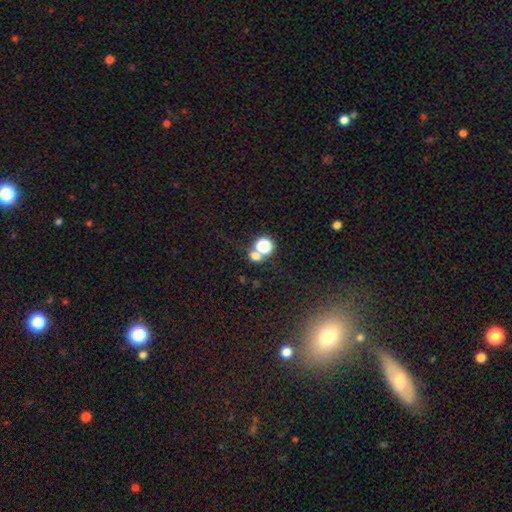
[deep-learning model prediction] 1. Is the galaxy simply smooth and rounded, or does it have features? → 63% smooth, 28% star or artifact, 9% featured or disk.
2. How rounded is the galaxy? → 78% round, 20% in between, 1% cigar-shaped.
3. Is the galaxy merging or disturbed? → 54% none, 33% merger, 8% minor disturbance, 5% major disturbance.